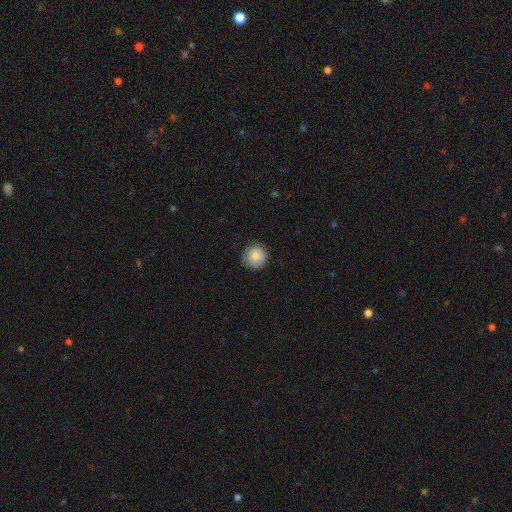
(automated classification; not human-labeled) This appears to be a smooth galaxy with no disk features (84%) that is round (95%). Merging: none (84%).